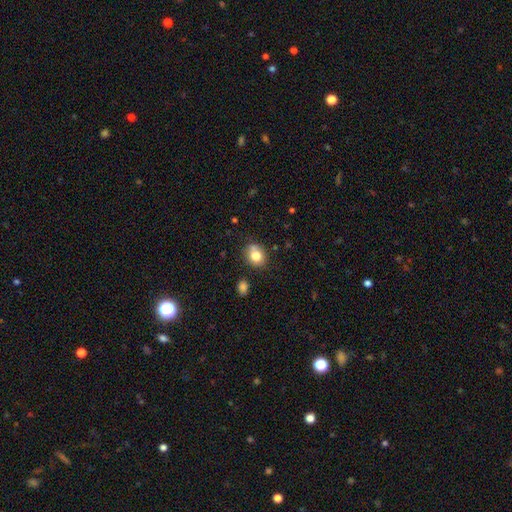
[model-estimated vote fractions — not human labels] Smooth or featured: smooth — 79% (featured or disk — 11%)
How rounded: round — 64% (in between — 35%)
Merging: none — 70% (minor disturbance — 17%)